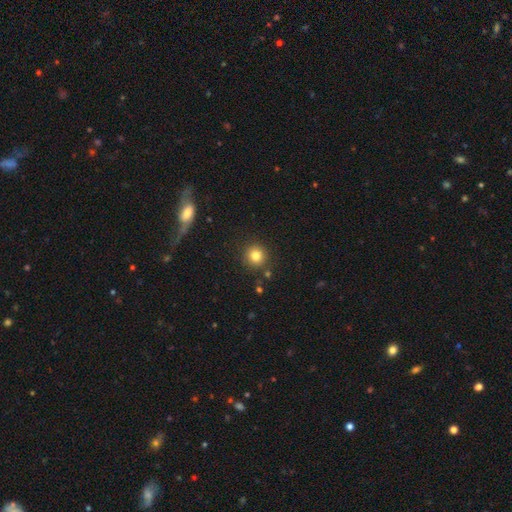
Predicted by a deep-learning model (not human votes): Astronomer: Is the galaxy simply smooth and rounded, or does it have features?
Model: smooth — 81%.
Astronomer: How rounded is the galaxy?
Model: round — 93%.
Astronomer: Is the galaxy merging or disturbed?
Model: none — 87%.